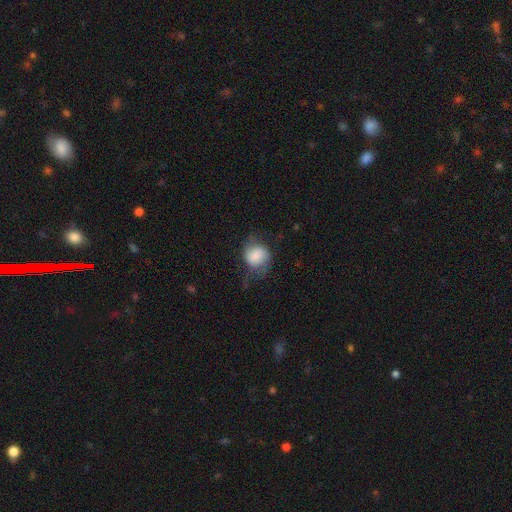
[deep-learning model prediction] Morphology: type=smooth (57%); roundness=round (65%); merging=none (47%).